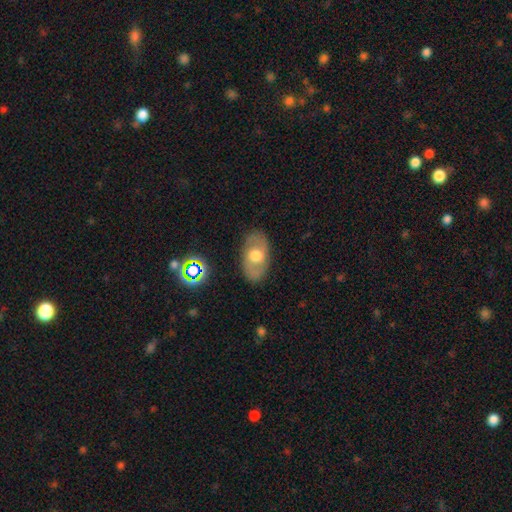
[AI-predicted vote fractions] A smooth galaxy with no disk features (48%). Merging: none (83%).